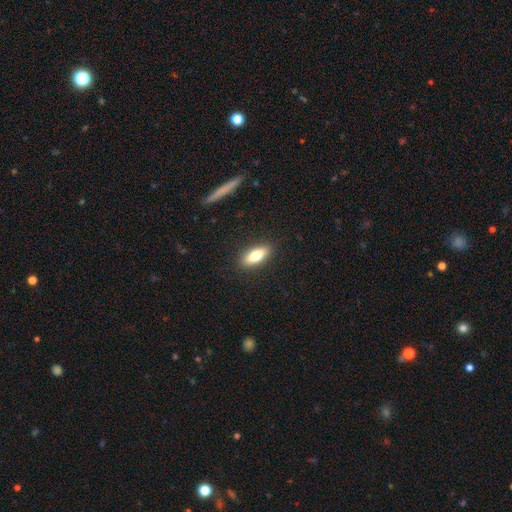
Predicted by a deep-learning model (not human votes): This appears to be a smooth galaxy with no disk features (71%) that is in between round and cigar-shaped (70%). Merging: none (88%).